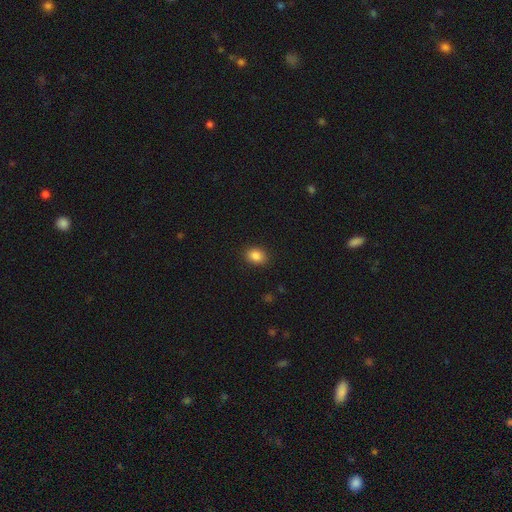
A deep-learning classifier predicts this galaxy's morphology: The model was most divided on "how rounded": in between: 65%, round: 34%, cigar-shaped: 1%. More confident: merging — none (89%); smooth or featured — smooth (86%).